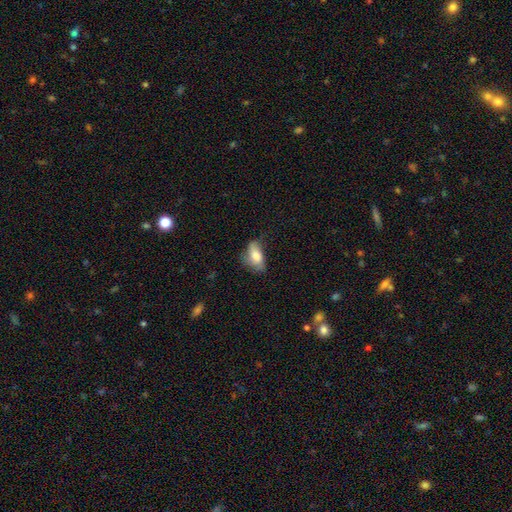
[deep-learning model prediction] The model was most divided on "merging": none: 41%, minor disturbance: 36%, major disturbance: 20%, merger: 2%. More confident: how rounded — in between (89%); smooth or featured — smooth (73%).